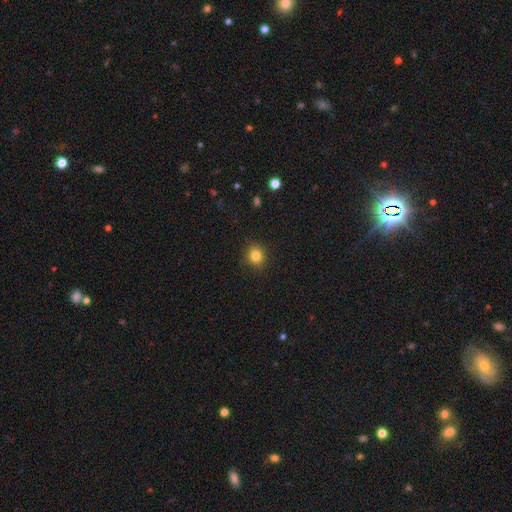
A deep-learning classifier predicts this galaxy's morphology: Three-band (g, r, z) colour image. It shows a smooth galaxy with no disk features (82%) that is round (75%). Merging: none (87%).